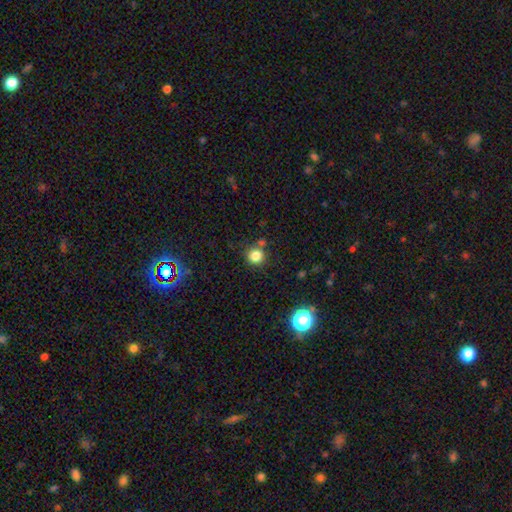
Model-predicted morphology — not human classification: Smooth or featured?
  - smooth: 82% *
  - star or artifact: 13%
  - featured or disk: 5%
How rounded?
  - round: 91% *
  - in between: 8%
  - cigar-shaped: 1%
Merging?
  - none: 77% *
  - minor disturbance: 10%
  - merger: 10%
  - major disturbance: 3%